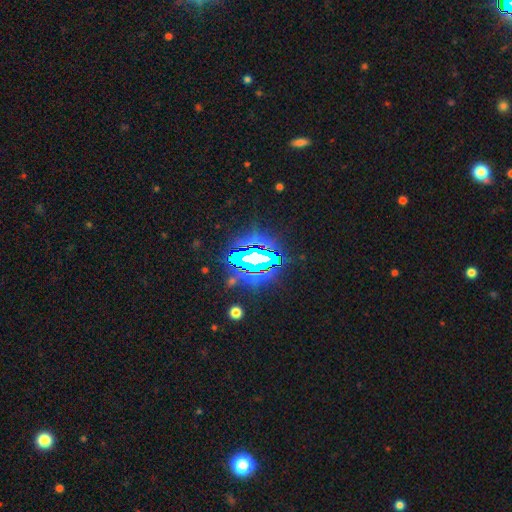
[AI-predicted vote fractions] A star or artifact, not a galaxy (79%).

Vote fractions:
- Smooth or featured? star or artifact: 79% / featured or disk: 11% / smooth: 10%